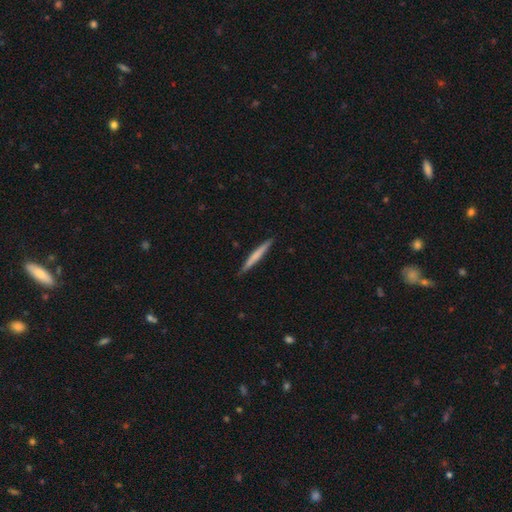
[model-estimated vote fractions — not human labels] This is possibly a smooth galaxy (60%). How rounded: clearly cigar-shaped (96%). Merging: clearly none (90%).